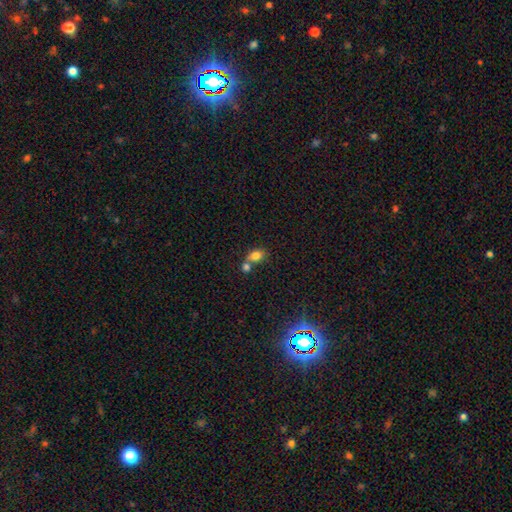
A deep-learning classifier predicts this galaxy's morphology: smooth 80%, star or artifact 11%, featured or disk 10%. Down the decision tree: how rounded — in between (63%); merging — merger (49%).